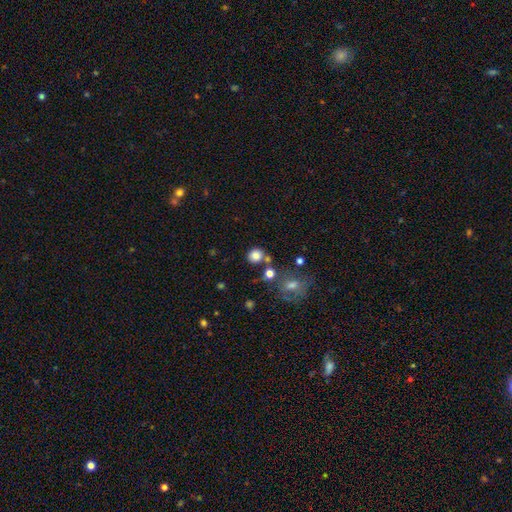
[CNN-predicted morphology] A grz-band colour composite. It shows a smooth galaxy with no disk features (82%) that is round (82%). Merging: none (70%).